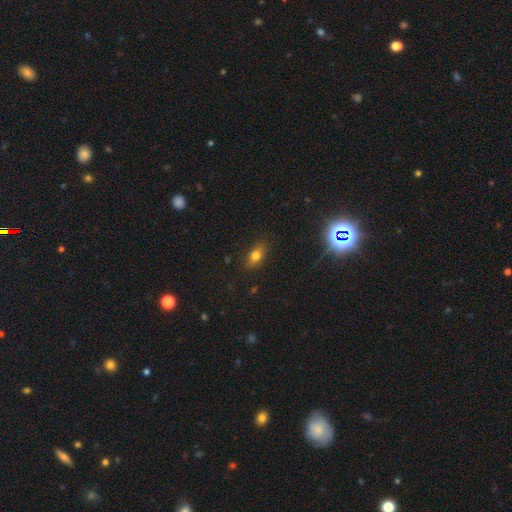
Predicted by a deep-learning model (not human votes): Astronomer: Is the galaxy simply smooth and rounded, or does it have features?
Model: smooth — 74%.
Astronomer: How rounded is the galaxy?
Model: in between — 79%.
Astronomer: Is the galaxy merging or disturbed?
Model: none — 84%.